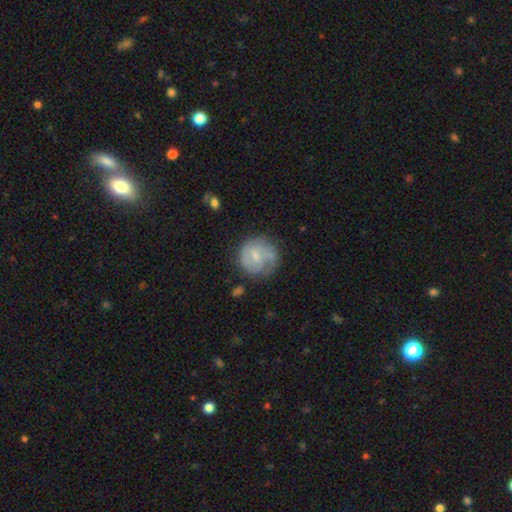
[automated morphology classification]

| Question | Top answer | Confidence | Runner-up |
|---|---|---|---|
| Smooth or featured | featured or disk | 62% | smooth (32%) |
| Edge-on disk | no | 98% | yes (2%) |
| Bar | weak | 57% | no (33%) |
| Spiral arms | yes | 82% | no (18%) |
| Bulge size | small | 51% | moderate (31%) |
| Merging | none | 65% | minor disturbance (22%) |